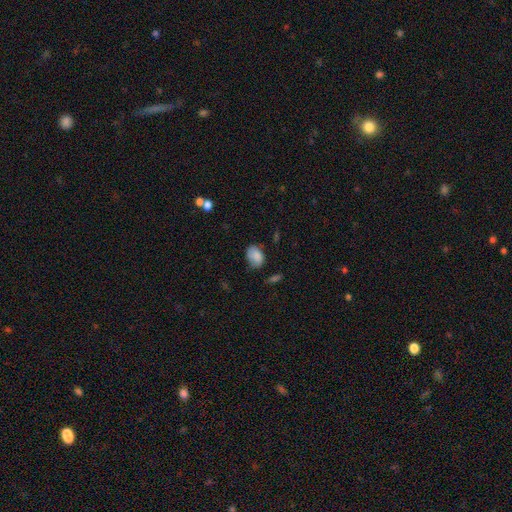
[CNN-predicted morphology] Smooth or featured?
  - smooth: 85% *
  - star or artifact: 8%
  - featured or disk: 7%
How rounded?
  - in between: 82% *
  - round: 17%
  - cigar-shaped: 1%
Merging?
  - none: 64% *
  - minor disturbance: 27%
  - major disturbance: 6%
  - merger: 2%